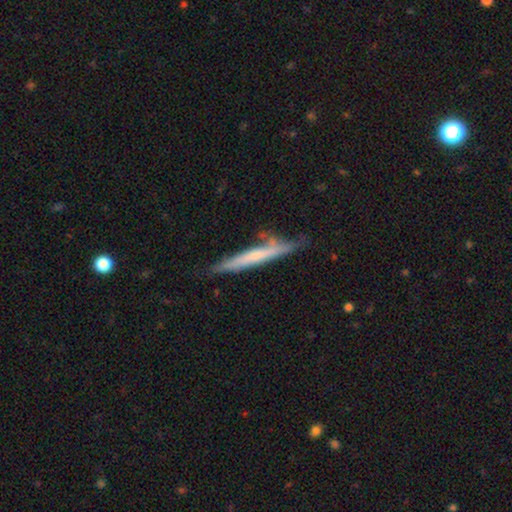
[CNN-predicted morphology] A smooth galaxy with no disk features (49%).

Vote fractions:
- Smooth or featured? smooth: 49% / featured or disk: 45% / star or artifact: 6%
- Merging? none: 71% / minor disturbance: 20% / merger: 5% / major disturbance: 4%